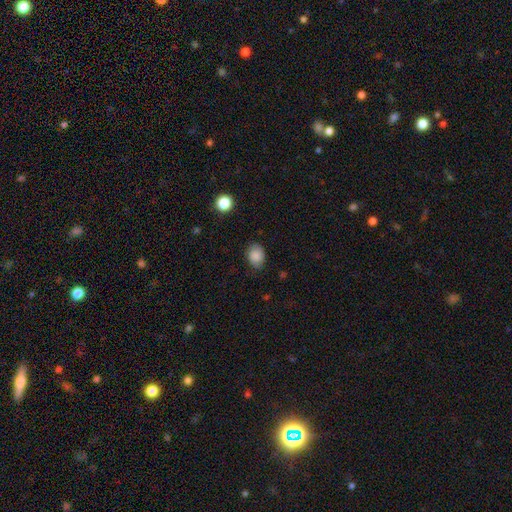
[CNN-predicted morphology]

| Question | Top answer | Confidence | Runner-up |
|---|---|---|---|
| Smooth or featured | smooth | 85% | star or artifact (8%) |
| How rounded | in between | 64% | round (35%) |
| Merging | none | 77% | minor disturbance (18%) |